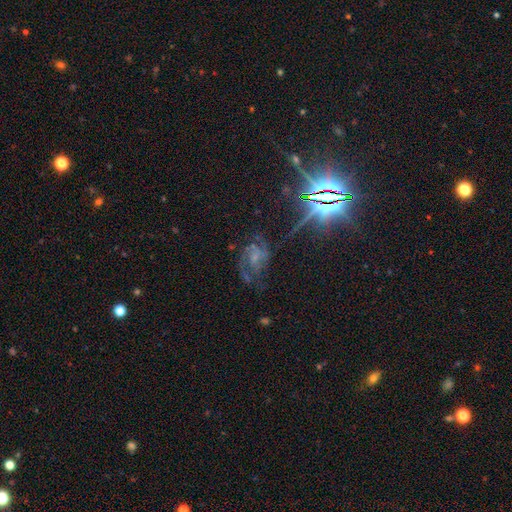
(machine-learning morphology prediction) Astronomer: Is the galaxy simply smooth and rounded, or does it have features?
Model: featured or disk — 57% (runner-up: star or artifact, 33%).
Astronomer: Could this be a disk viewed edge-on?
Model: no — 93%.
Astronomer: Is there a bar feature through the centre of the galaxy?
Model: no — 48% (runner-up: weak, 38%).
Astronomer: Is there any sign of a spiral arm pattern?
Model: yes — 89%.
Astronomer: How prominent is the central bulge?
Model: small — 53%.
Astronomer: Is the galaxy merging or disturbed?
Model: none — 62%.